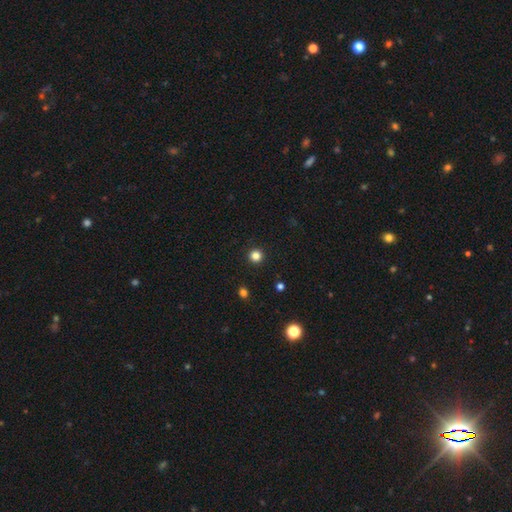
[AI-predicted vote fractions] Smooth or featured? smooth (83%)
How rounded? round (96%)
Merging? none (93%)